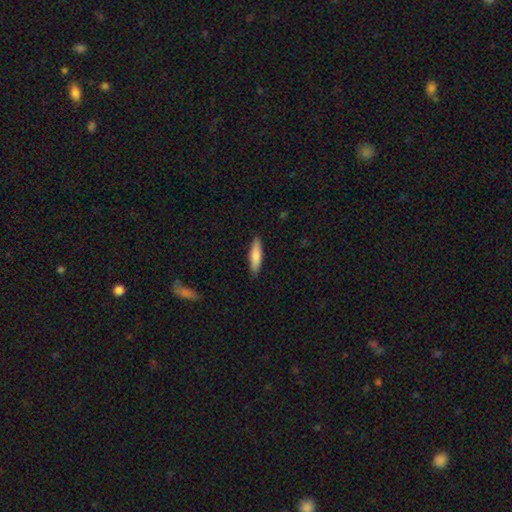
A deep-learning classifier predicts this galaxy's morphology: This is clearly a smooth galaxy (80%). How rounded: likely cigar-shaped (72%). Merging: clearly none (88%).